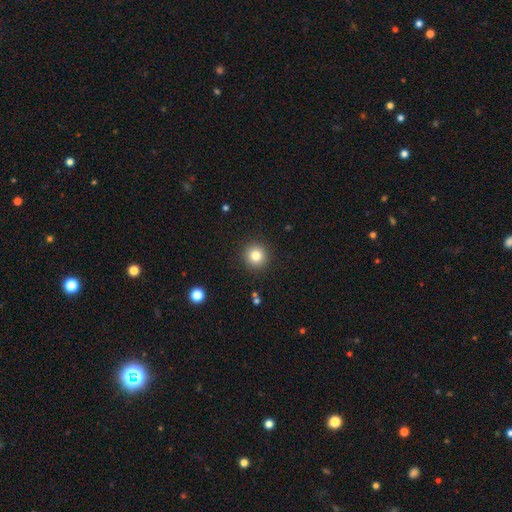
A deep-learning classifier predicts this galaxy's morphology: Smooth or featured? Predicted: smooth (p=0.82). How rounded? Predicted: round (p=0.94). Merging? Predicted: none (p=0.91).